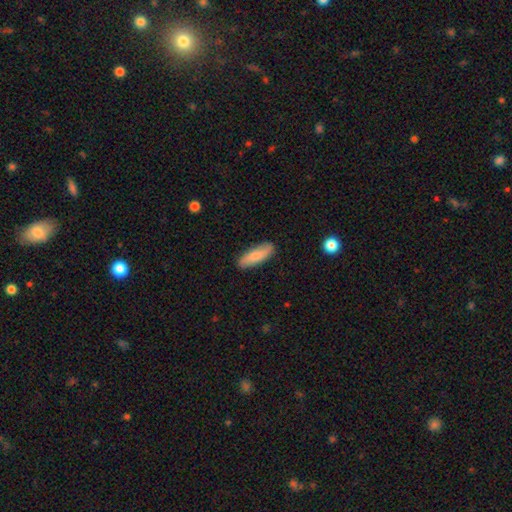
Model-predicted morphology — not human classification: This is likely a smooth galaxy (78%). How rounded: possibly in between (55%). Merging: clearly none (87%).